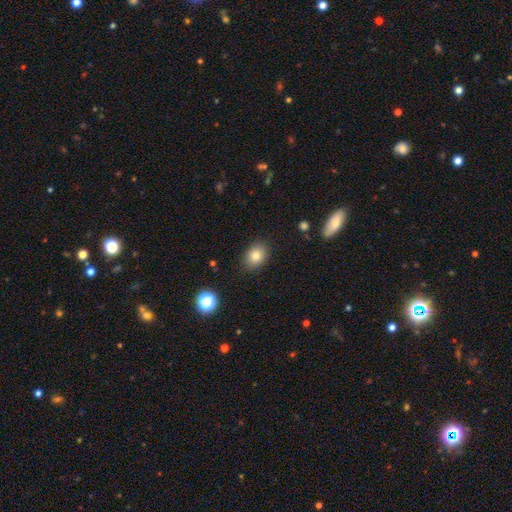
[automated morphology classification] The model was most divided on "how rounded": in between: 61%, round: 38%, cigar-shaped: 1%. More confident: merging — none (85%); smooth or featured — smooth (80%).